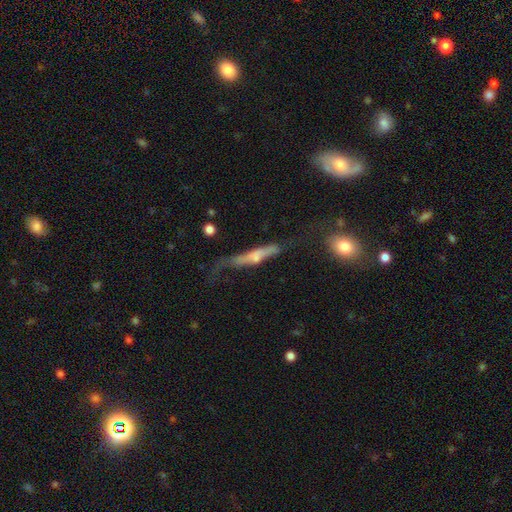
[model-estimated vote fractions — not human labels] This is possibly a featured or disk galaxy (49%). Merging: marginally none (35%).